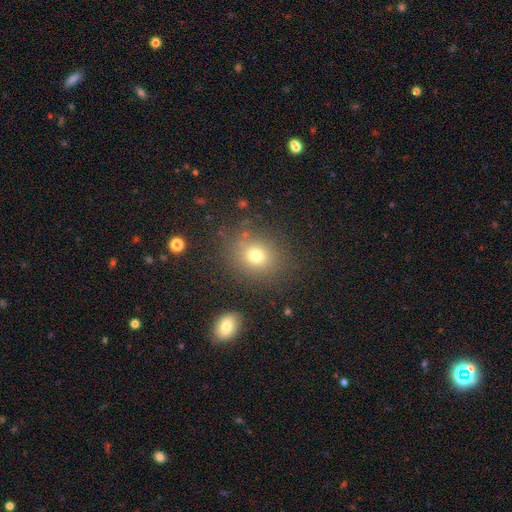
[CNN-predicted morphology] Overall: smooth (74%). How rounded: round (67%; in between 32%). Merging: none (81%).